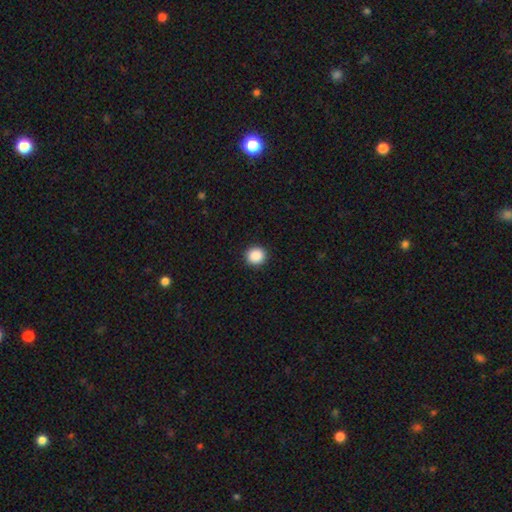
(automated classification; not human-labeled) smooth_or_featured: smooth (p=0.89) [alt: star or artifact p=0.09]
how_rounded: round (p=0.93) [alt: in between p=0.06]
merging: none (p=0.93) [alt: minor disturbance p=0.04]